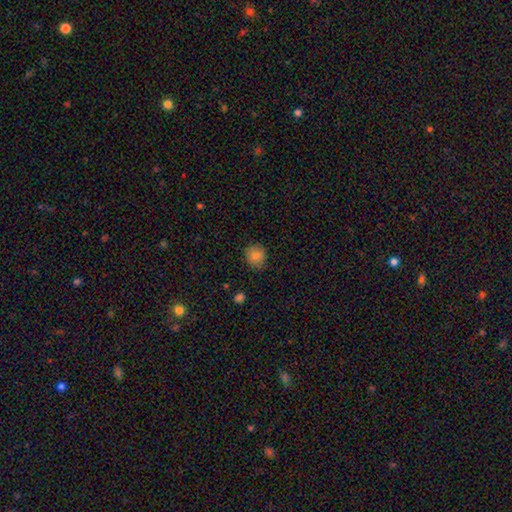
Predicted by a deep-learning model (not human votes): smooth 80%, star or artifact 10%, featured or disk 10%. Down the decision tree: how rounded — round (82%); merging — none (82%).